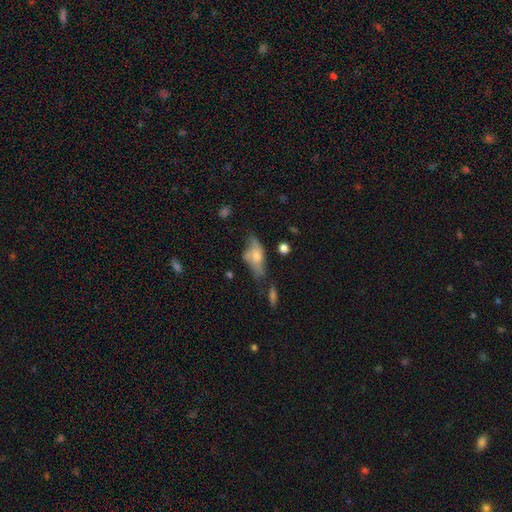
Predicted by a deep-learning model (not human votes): Smooth or featured?
  - smooth: 54% *
  - featured or disk: 37%
  - star or artifact: 9%
How rounded?
  - in between: 81% *
  - cigar-shaped: 14%
  - round: 5%
Merging?
  - none: 35% *
  - minor disturbance: 31%
  - major disturbance: 24%
  - merger: 10%